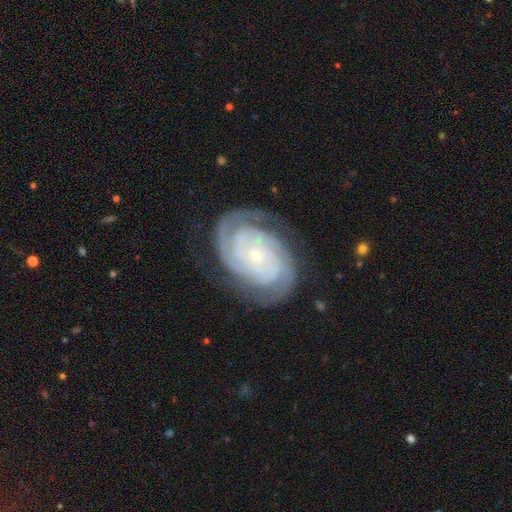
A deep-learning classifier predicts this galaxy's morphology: Overall: featured or disk (91%). Edge-on disk: no (97%). Bar: no (74%). Spiral arms: yes (98%). Spiral arm count: 2 (40%; 3 22%). Spiral winding: tight (80%). Bulge size: small (82%). Merging: none (77%).